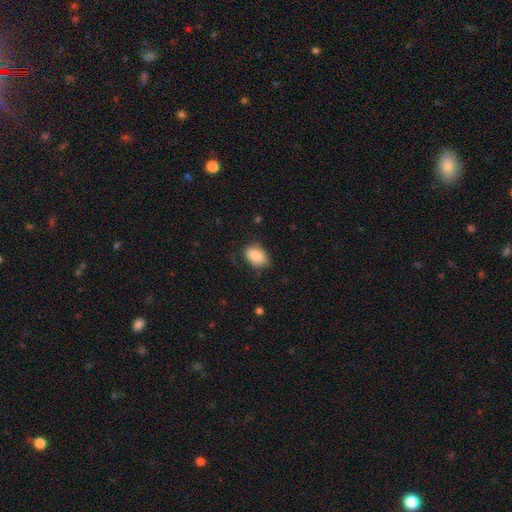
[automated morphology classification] Smooth or featured?
  - smooth: 87% *
  - star or artifact: 7%
  - featured or disk: 6%
How rounded?
  - in between: 89% *
  - round: 10%
  - cigar-shaped: 2%
Merging?
  - none: 74% *
  - minor disturbance: 20%
  - major disturbance: 5%
  - merger: 1%